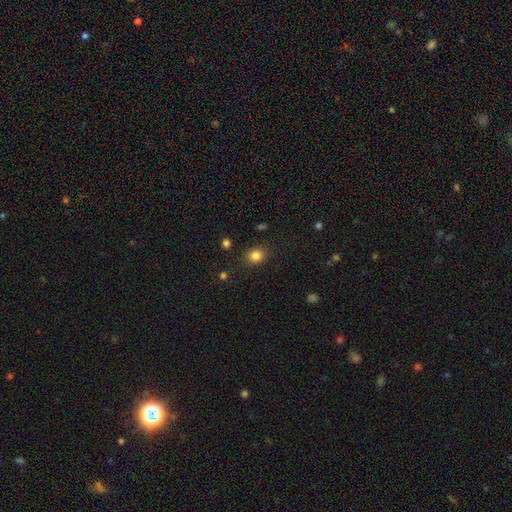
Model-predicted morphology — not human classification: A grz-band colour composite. It shows a smooth galaxy with no disk features (83%) that is round (64%). Merging: none (84%).